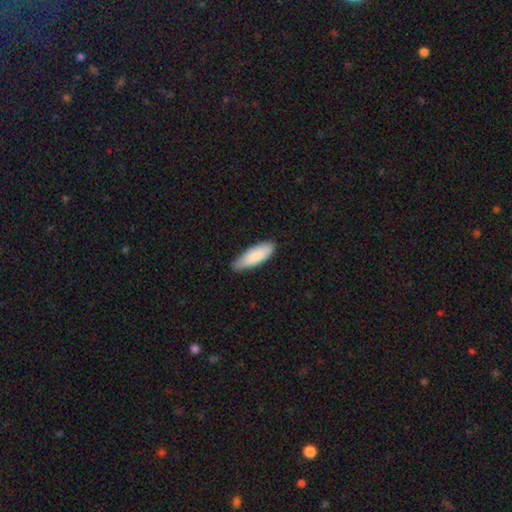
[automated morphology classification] A smooth galaxy with no disk features (87%) that is in between round and cigar-shaped (59%). Merging: none (78%).